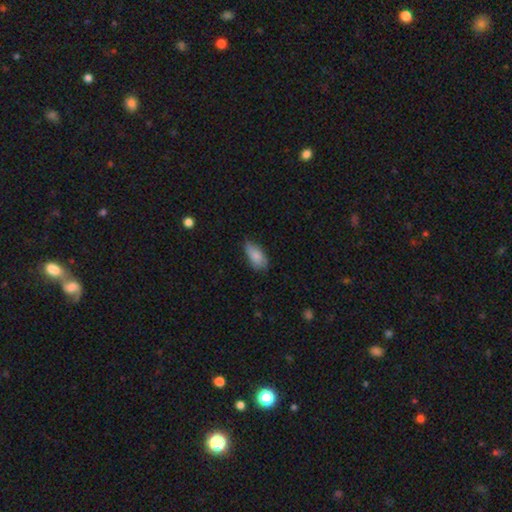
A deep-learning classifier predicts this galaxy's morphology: type=smooth (83%); roundness=in between (91%); merging=none (60%).